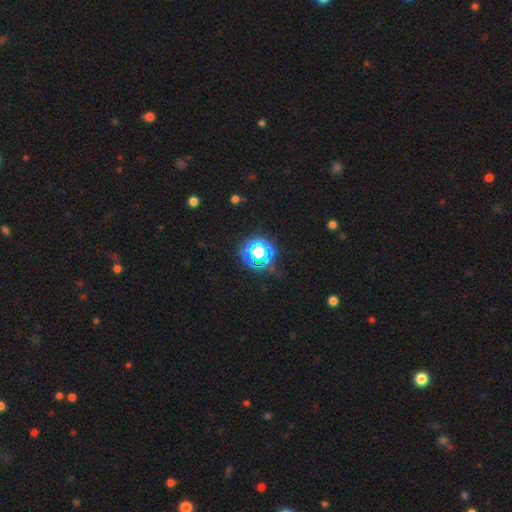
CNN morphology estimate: The model was most divided on "smooth or featured": star or artifact: 67%, smooth: 22%, featured or disk: 11%.